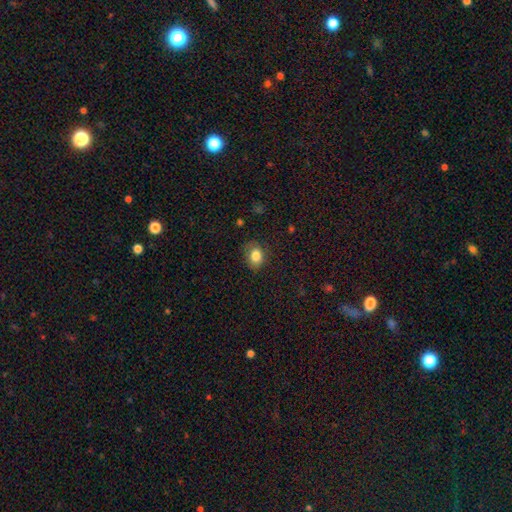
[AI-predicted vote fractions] smooth-or-featured: smooth: 82% | star or artifact: 9% | featured or disk: 8%
  how-rounded: in between: 58% | round: 41% | cigar-shaped: 1%
  merging: none: 73% | minor disturbance: 20% | major disturbance: 5% | merger: 1%